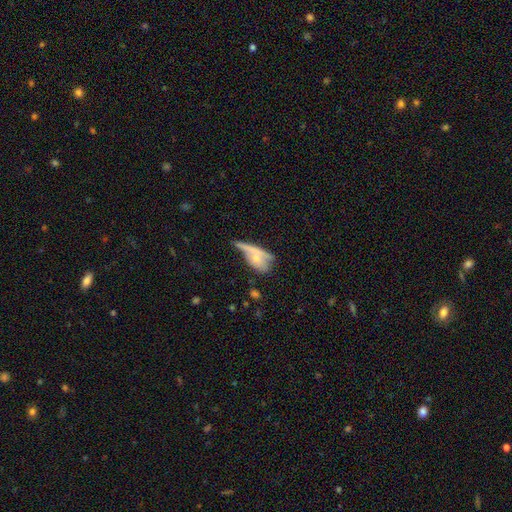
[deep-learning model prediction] Morphology: type=smooth (53%); roundness=in between (53%); merging=none (34%).